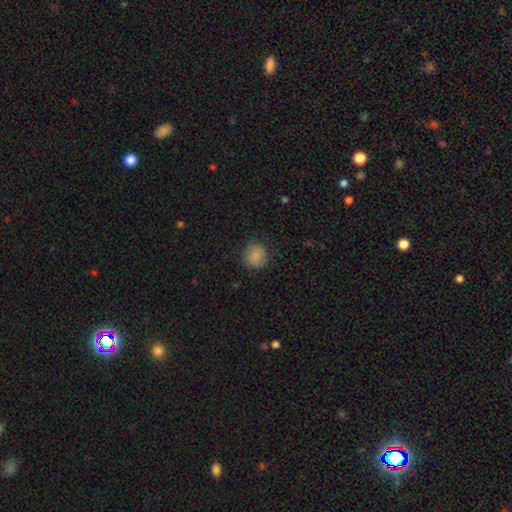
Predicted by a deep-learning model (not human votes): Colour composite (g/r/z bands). It shows a smooth galaxy with no disk features (84%) that is round (87%). Merging: none (80%).